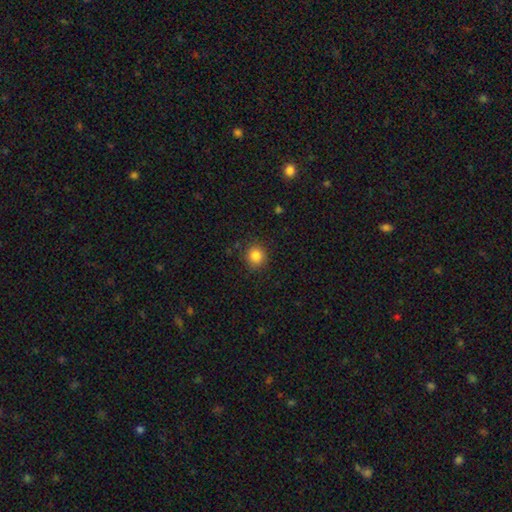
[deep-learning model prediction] Overall: smooth (85%). How rounded: round (90%). Merging: none (88%).